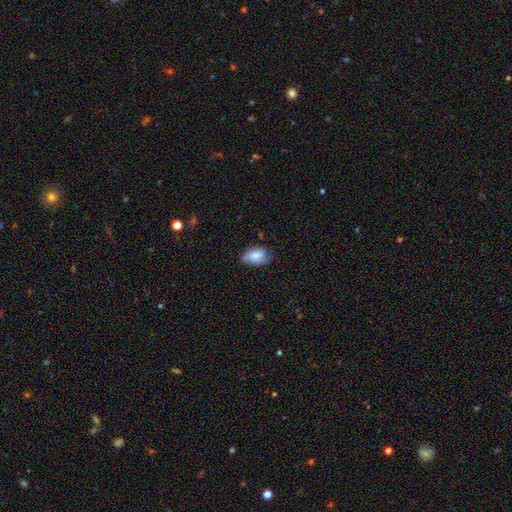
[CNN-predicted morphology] The model was most divided on "merging": none: 58%, minor disturbance: 33%, major disturbance: 8%, merger: 2%. More confident: how rounded — in between (89%); smooth or featured — smooth (72%).